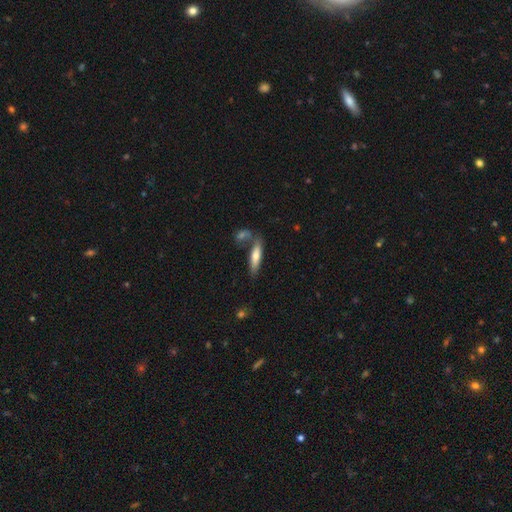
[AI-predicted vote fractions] A smooth galaxy with no disk features (63%) that is cigar-shaped (70%). Merging: none (61%).